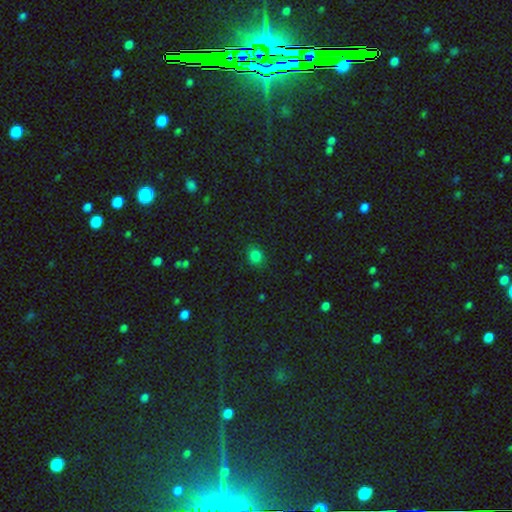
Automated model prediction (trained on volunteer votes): Overall: smooth (80%). How rounded: round (72%). Merging: none (83%).